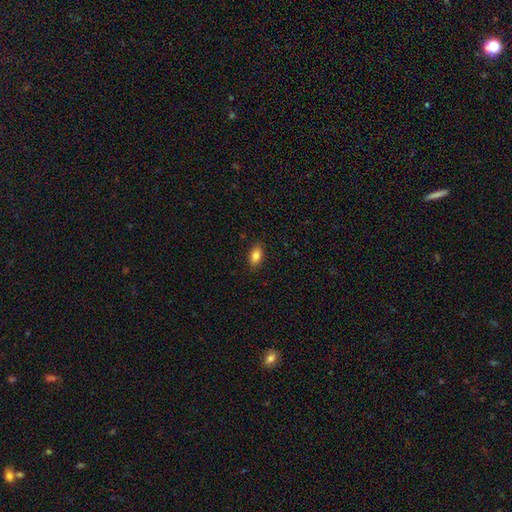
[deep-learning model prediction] The model was most divided on "smooth or featured": smooth: 85%, star or artifact: 8%, featured or disk: 7%. More confident: how rounded — in between (89%); merging — none (87%).